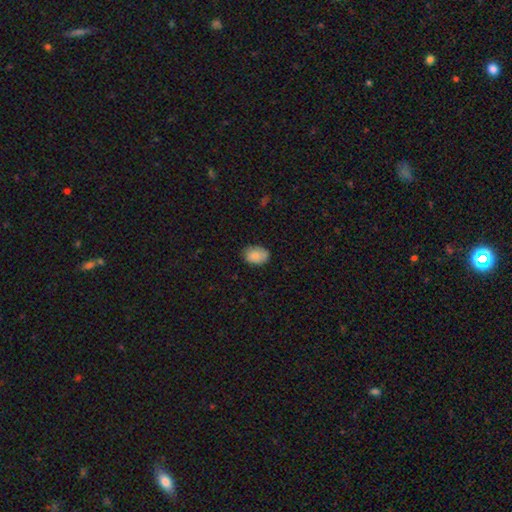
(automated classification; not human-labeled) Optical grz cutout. It shows a smooth galaxy with no disk features (83%) that is in between round and cigar-shaped (74%). Merging: none (76%).